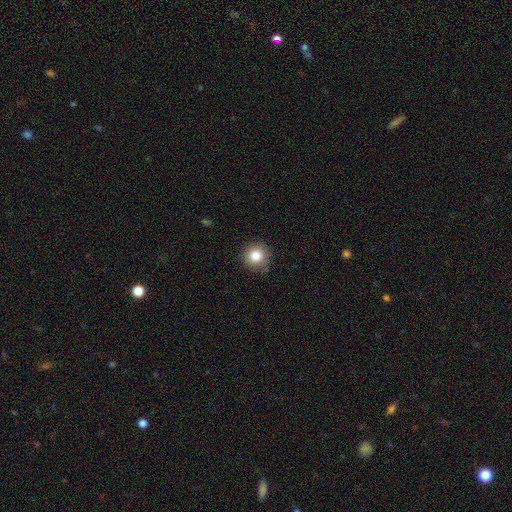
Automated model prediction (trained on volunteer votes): Smooth or featured? Predicted: smooth (p=0.81). How rounded? Predicted: round (p=0.93). Merging? Predicted: none (p=0.85).